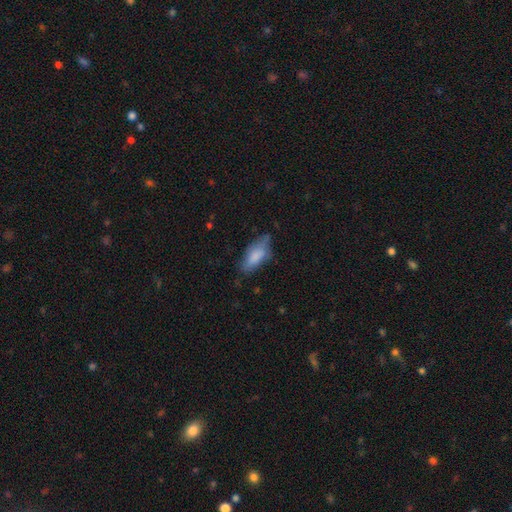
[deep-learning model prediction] A smooth galaxy with no disk features (79%) that is in between round and cigar-shaped (78%).

Vote fractions:
- Smooth or featured? smooth: 79% / featured or disk: 14% / star or artifact: 7%
- How rounded? in between: 78% / cigar-shaped: 20% / round: 2%
- Merging? none: 54% / minor disturbance: 33% / major disturbance: 10% / merger: 2%